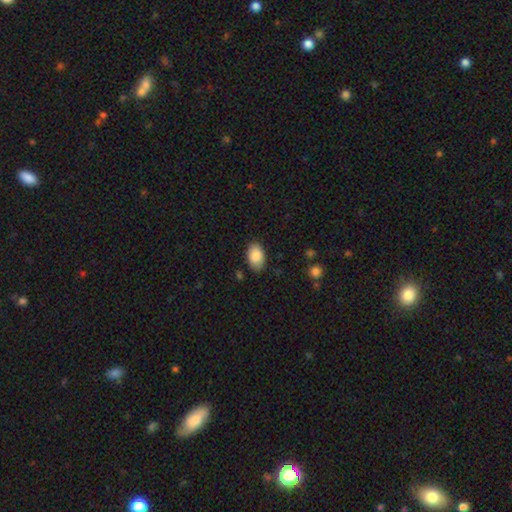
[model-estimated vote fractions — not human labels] Smooth or featured: smooth — 87% (star or artifact — 7%)
How rounded: in between — 91% (round — 8%)
Merging: none — 84% (minor disturbance — 12%)